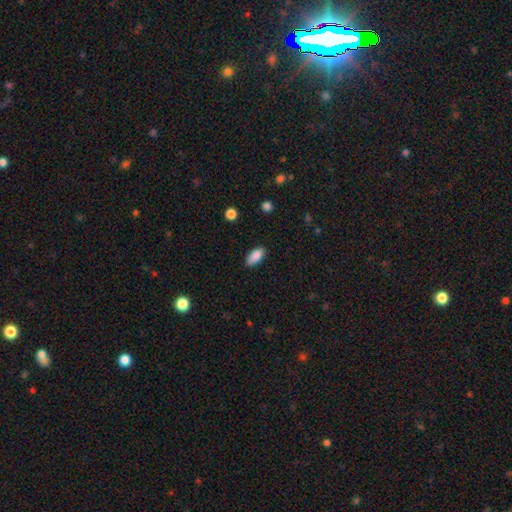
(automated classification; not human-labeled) A smooth galaxy with no disk features (88%) that is in between round and cigar-shaped (88%).

Vote fractions:
- Smooth or featured? smooth: 88% / star or artifact: 7% / featured or disk: 5%
- How rounded? in between: 88% / cigar-shaped: 9% / round: 2%
- Merging? none: 83% / minor disturbance: 13% / major disturbance: 2% / merger: 1%